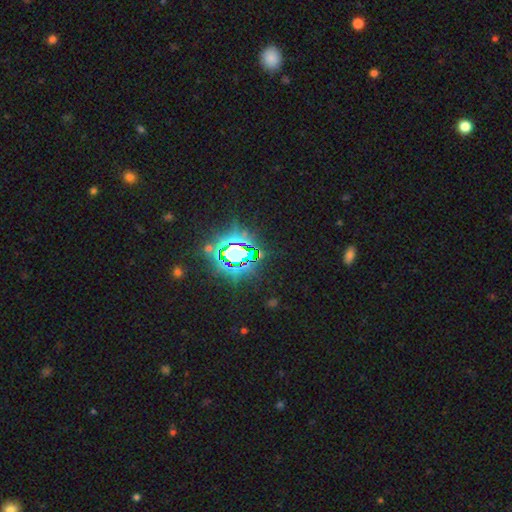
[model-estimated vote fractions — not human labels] The model was most divided on "smooth or featured": star or artifact: 81%, smooth: 11%, featured or disk: 8%.